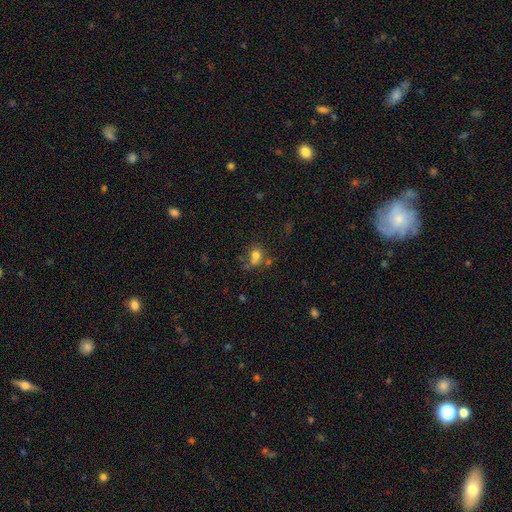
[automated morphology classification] type=smooth (74%); roundness=round (65%); merging=none (52%).